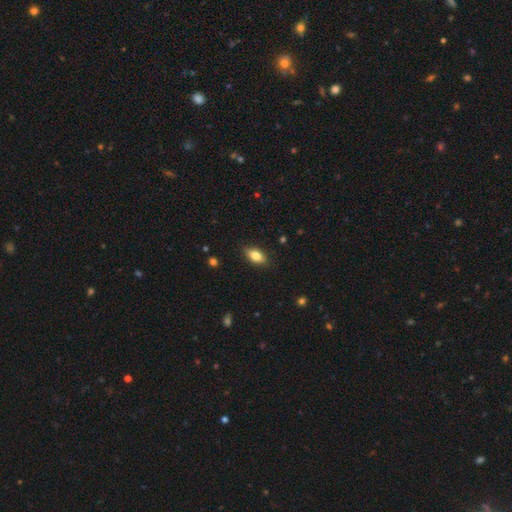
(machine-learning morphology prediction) smooth 82%, featured or disk 10%, star or artifact 8%. Down the decision tree: how rounded — in between (89%); merging — none (86%).